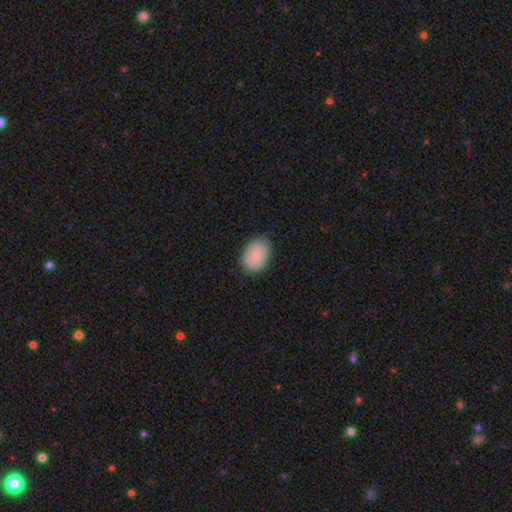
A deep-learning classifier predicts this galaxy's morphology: This is clearly a smooth galaxy (84%). How rounded: likely in between (71%). Merging: likely none (77%).